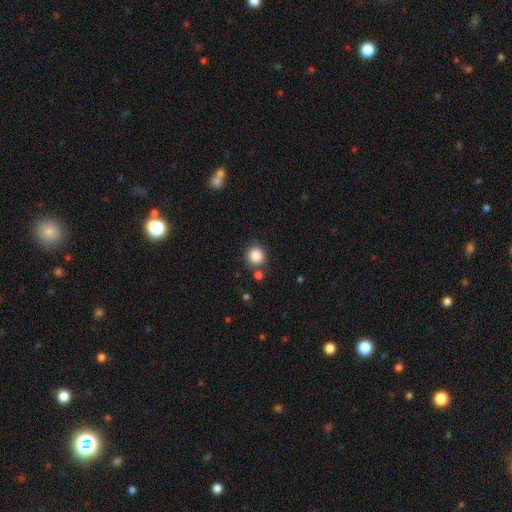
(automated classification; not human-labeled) This is clearly a smooth galaxy (87%). How rounded: clearly round (90%). Merging: likely none (79%).